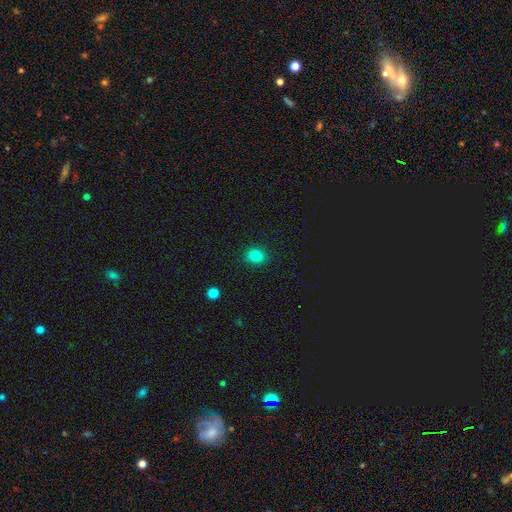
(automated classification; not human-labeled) A smooth galaxy with no disk features (84%) that is round (56%). Merging: none (89%).